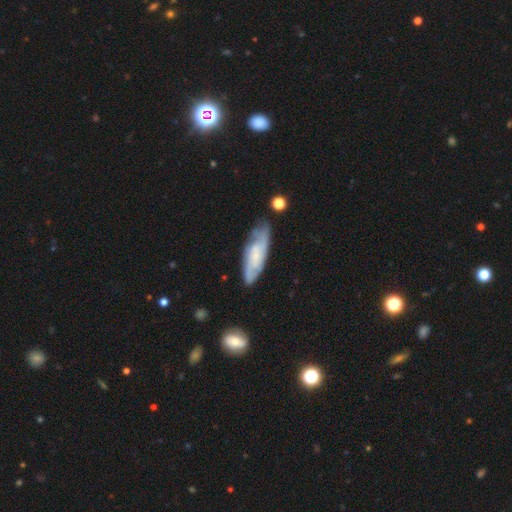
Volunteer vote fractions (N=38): This is likely a featured or disk galaxy (68%). It is likely not viewed edge-on (73%). Bar: likely no (68%). Spiral arm pattern: likely yes (79%). Spiral arm count: possibly 2 (53%). Spiral winding: possibly tight (53%). Central bulge: marginally small (42%, tied with none). Merging: likely none (62%).